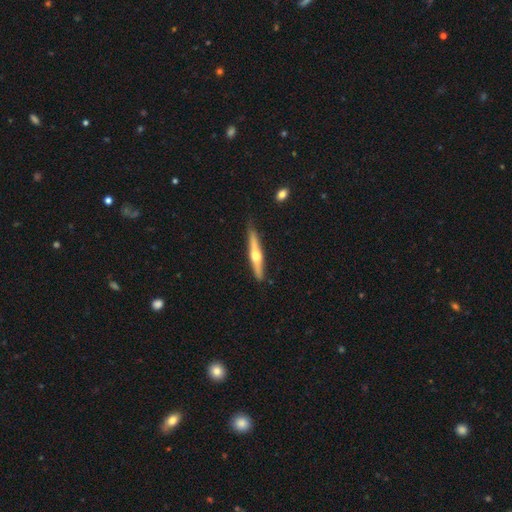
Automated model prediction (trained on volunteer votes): Smooth or featured? featured or disk (64%)
Edge-on disk? yes (97%)
Edge-on bulge? rounded (93%)
Merging? none (83%)